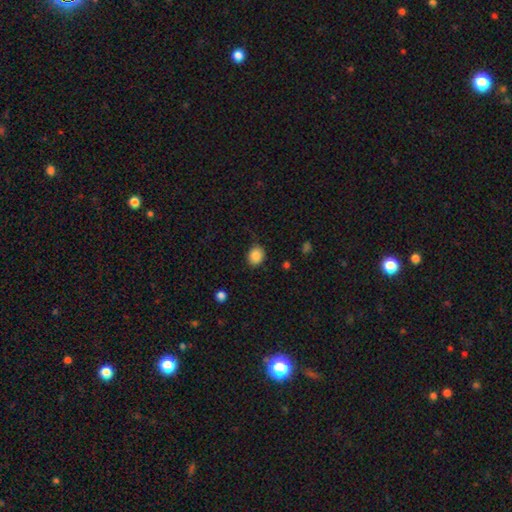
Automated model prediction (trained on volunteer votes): smooth_or_featured: smooth (p=0.86) [alt: star or artifact p=0.09]
how_rounded: round (p=0.57) [alt: in between p=0.43]
merging: none (p=0.82) [alt: minor disturbance p=0.14]